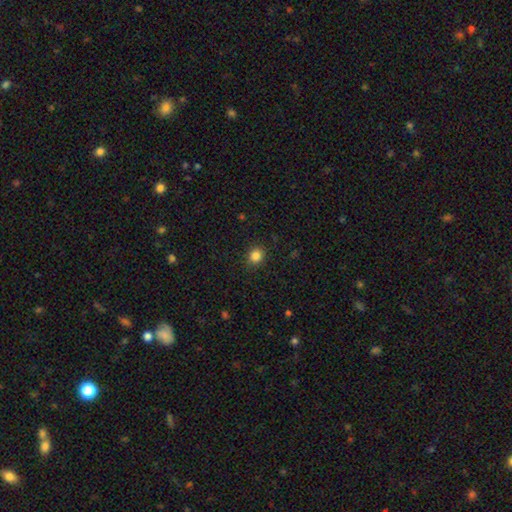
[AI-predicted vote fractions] Overall: smooth (85%). How rounded: round (77%). Merging: none (89%).